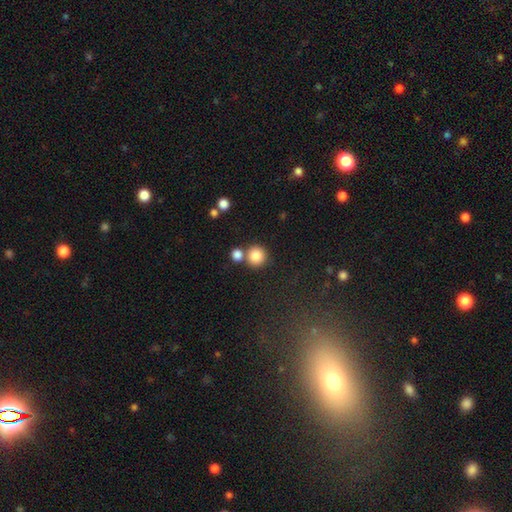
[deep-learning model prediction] smooth 84%, star or artifact 10%, featured or disk 6%. Down the decision tree: how rounded — round (92%); merging — none (68%).